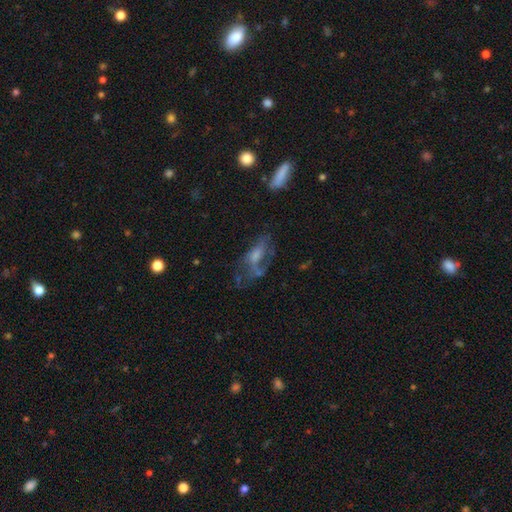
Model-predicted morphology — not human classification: Smooth or featured: featured or disk — 56% (smooth — 28%)
Edge-on disk: no — 86% (yes — 14%)
Merging: none — 42% (major disturbance — 30%)